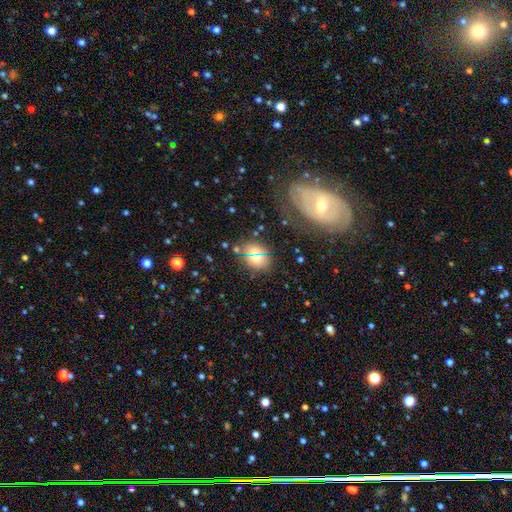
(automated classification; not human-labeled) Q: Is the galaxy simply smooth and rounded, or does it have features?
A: smooth — 63%.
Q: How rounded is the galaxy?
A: round — 57%.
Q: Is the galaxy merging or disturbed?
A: none — 79%.